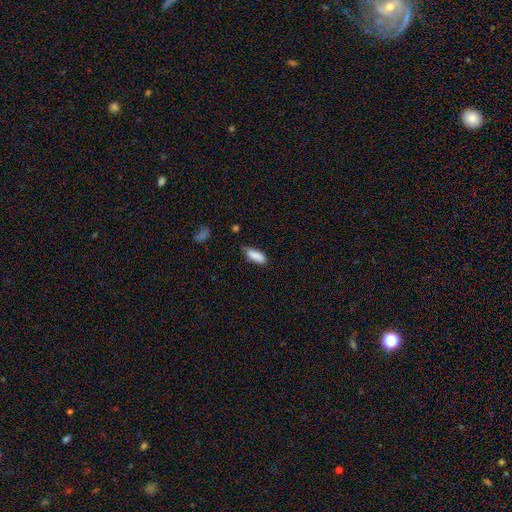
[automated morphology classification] Smooth or featured?
  - smooth: 87% *
  - star or artifact: 7%
  - featured or disk: 7%
How rounded?
  - in between: 70% *
  - cigar-shaped: 28%
  - round: 2%
Merging?
  - none: 57% *
  - minor disturbance: 33%
  - major disturbance: 7%
  - merger: 3%